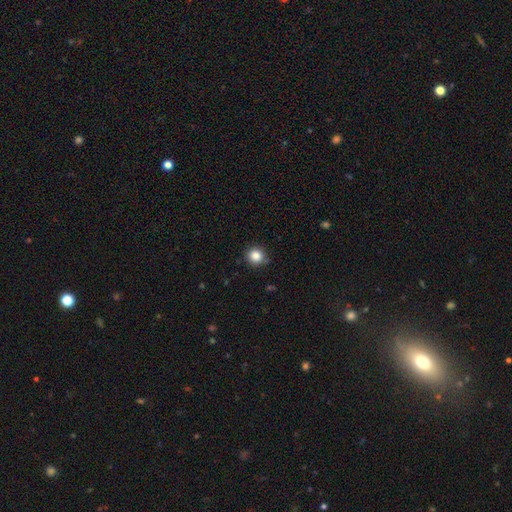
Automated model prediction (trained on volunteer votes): smooth 85%, star or artifact 11%, featured or disk 4%. Down the decision tree: how rounded — round (92%); merging — none (85%).